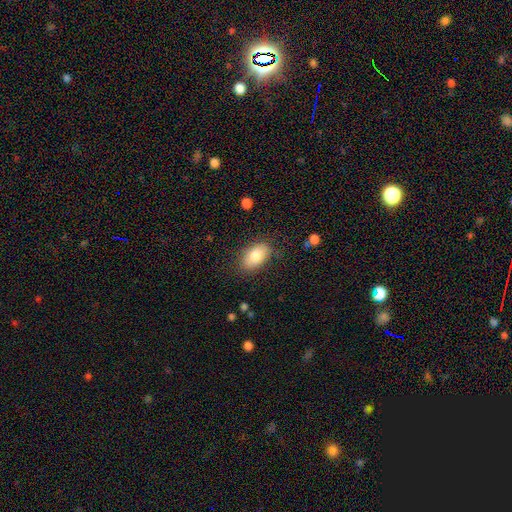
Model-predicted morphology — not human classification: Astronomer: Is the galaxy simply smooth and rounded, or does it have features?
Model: smooth — 80%.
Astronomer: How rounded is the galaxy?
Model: in between — 91%.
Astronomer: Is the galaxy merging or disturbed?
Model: none — 81%.